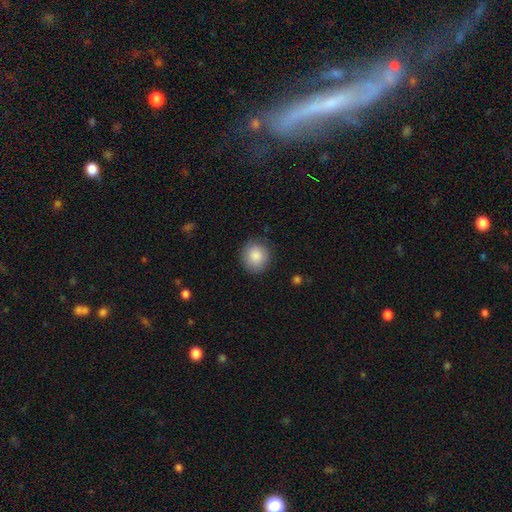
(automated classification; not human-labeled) This appears to be a smooth galaxy with no disk features (87%) that is round (89%). Merging: none (85%).